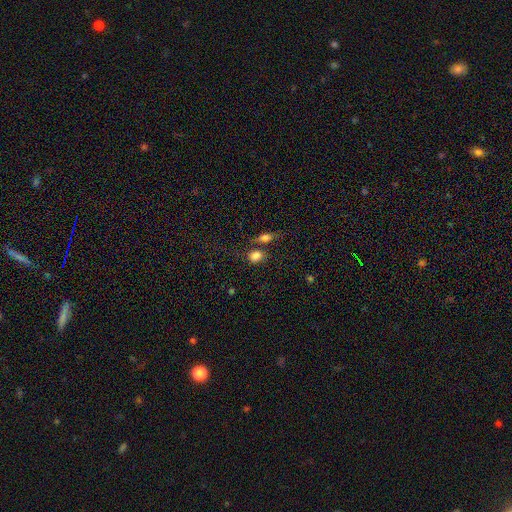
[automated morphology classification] smooth_or_featured: smooth (p=0.81) [alt: star or artifact p=0.12]
how_rounded: in between (p=0.62) [alt: round p=0.35]
merging: none (p=0.57) [alt: merger p=0.23]